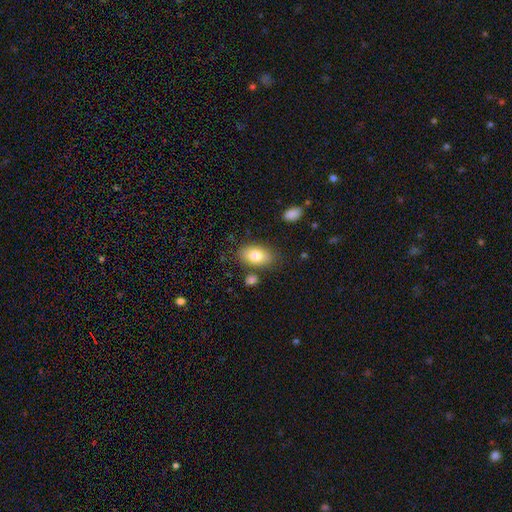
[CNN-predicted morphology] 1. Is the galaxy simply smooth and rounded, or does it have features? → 81% smooth, 12% featured or disk, 7% star or artifact.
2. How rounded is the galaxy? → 92% in between, 6% round, 2% cigar-shaped.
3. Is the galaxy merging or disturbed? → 79% none, 13% minor disturbance, 5% merger, 3% major disturbance.